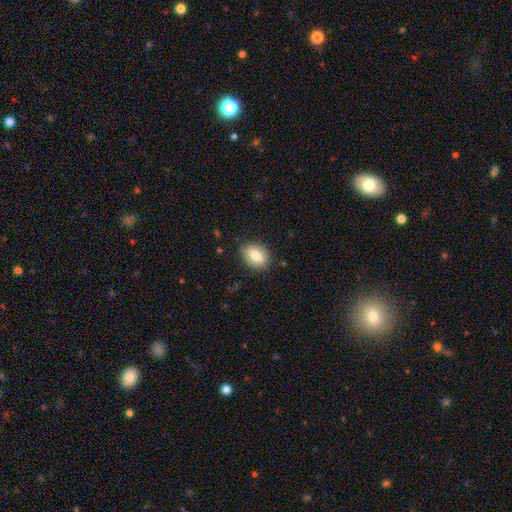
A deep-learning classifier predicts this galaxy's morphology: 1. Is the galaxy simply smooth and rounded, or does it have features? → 77% smooth, 15% featured or disk, 7% star or artifact.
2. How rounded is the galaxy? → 75% in between, 24% round, 2% cigar-shaped.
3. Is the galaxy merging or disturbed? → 84% none, 12% minor disturbance, 3% major disturbance, 1% merger.